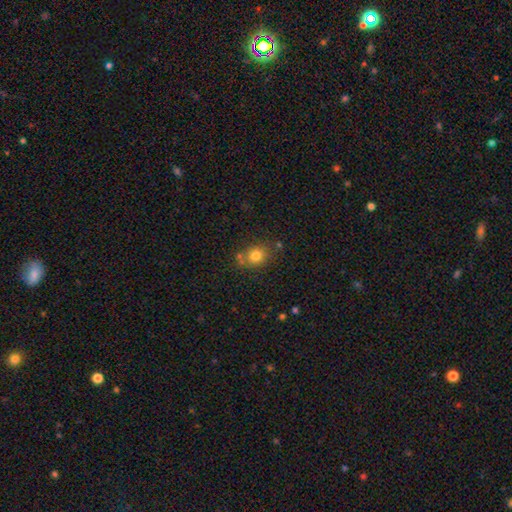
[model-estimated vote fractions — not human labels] Smooth or featured?
  - smooth: 78% *
  - star or artifact: 12%
  - featured or disk: 9%
How rounded?
  - round: 63% *
  - in between: 36%
  - cigar-shaped: 1%
Merging?
  - none: 70% *
  - minor disturbance: 15%
  - merger: 11%
  - major disturbance: 4%